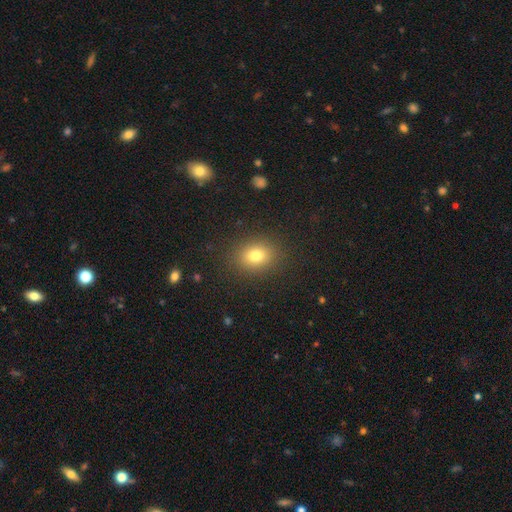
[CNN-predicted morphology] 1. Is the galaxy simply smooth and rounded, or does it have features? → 78% smooth, 13% star or artifact, 9% featured or disk.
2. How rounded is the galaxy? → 51% in between, 48% round, 1% cigar-shaped.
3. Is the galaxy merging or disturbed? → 88% none, 8% minor disturbance, 3% major disturbance, 1% merger.